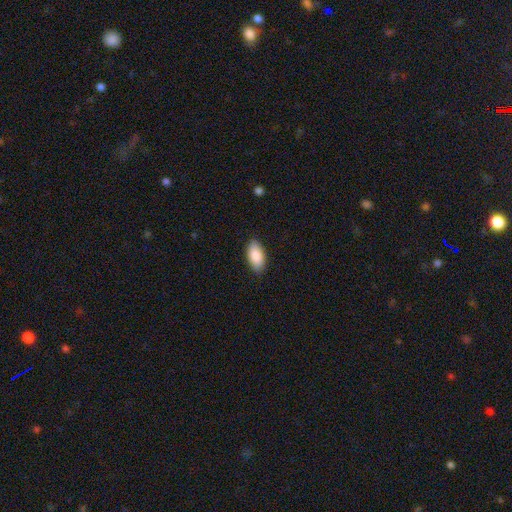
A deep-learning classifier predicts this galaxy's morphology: type=smooth (88%); roundness=in between (94%); merging=none (87%).